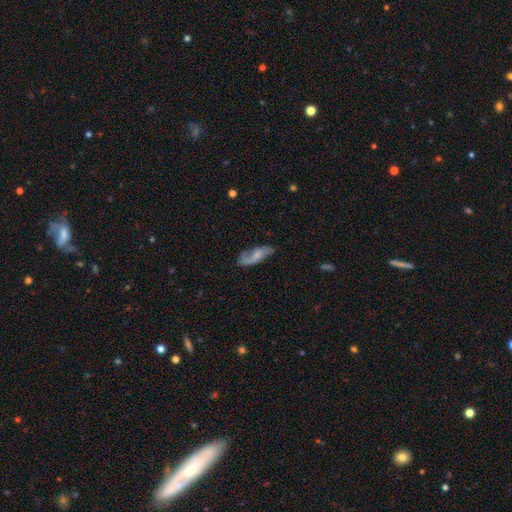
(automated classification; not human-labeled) Morphology: type=featured or disk (53%); edge-on=no (87%); merging=none (61%).